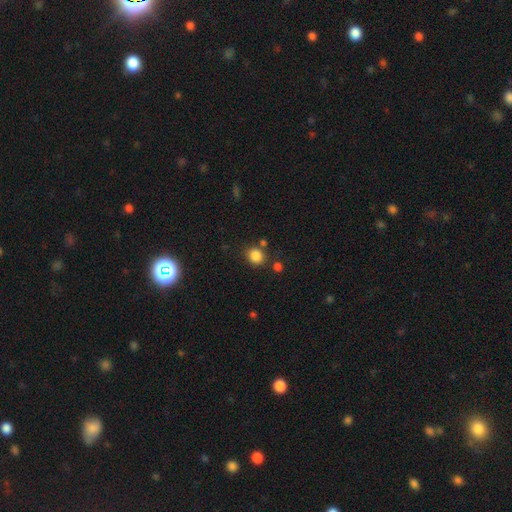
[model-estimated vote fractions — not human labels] smooth-or-featured: smooth: 84% | star or artifact: 11% | featured or disk: 4%
  how-rounded: round: 74% | in between: 25% | cigar-shaped: 1%
  merging: none: 77% | minor disturbance: 11% | merger: 9% | major disturbance: 4%